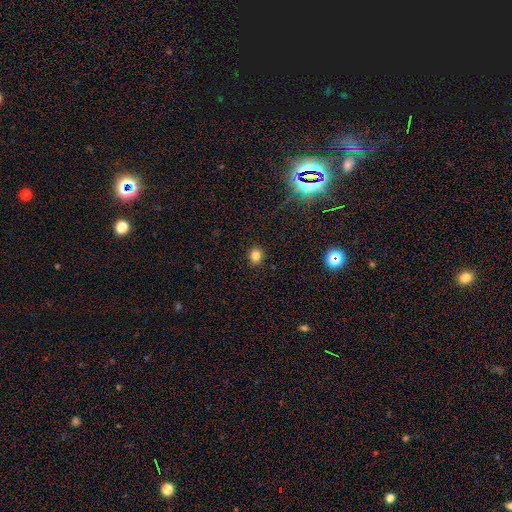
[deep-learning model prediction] A smooth galaxy with no disk features (80%) that is round (87%).

Vote fractions:
- Smooth or featured? smooth: 80% / star or artifact: 15% / featured or disk: 6%
- How rounded? round: 87% / in between: 12% / cigar-shaped: 1%
- Merging? none: 91% / minor disturbance: 6% / major disturbance: 2% / merger: 1%